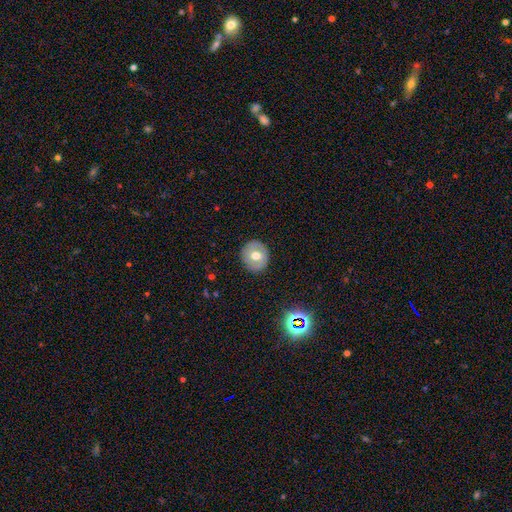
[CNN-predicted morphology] A smooth galaxy with no disk features (53%) that is round (80%). Merging: none (86%).